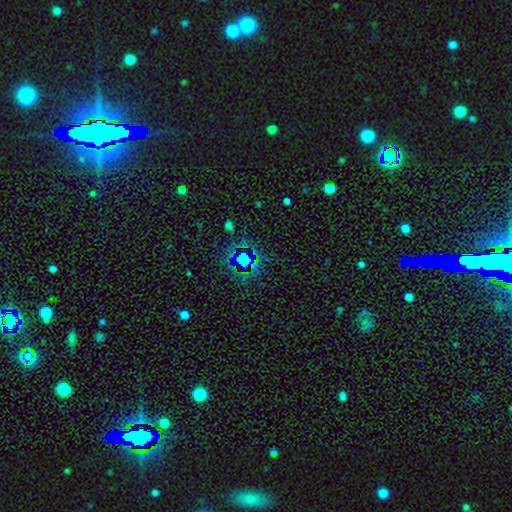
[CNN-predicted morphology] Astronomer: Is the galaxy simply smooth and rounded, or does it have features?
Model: star or artifact — 79%.